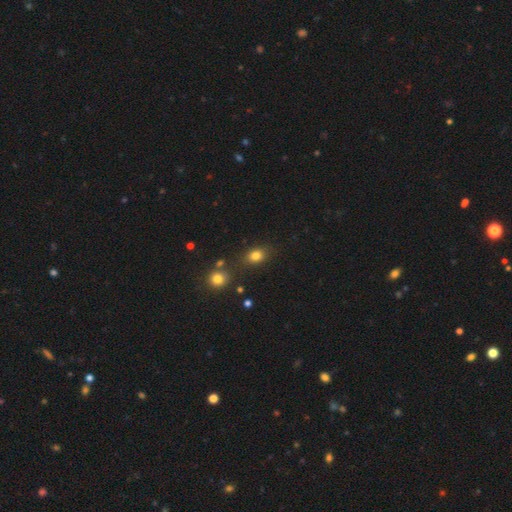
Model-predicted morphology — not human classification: smooth_or_featured: smooth (p=0.81) [alt: star or artifact p=0.12]
how_rounded: in between (p=0.61) [alt: round p=0.37]
merging: none (p=0.76) [alt: minor disturbance p=0.13]